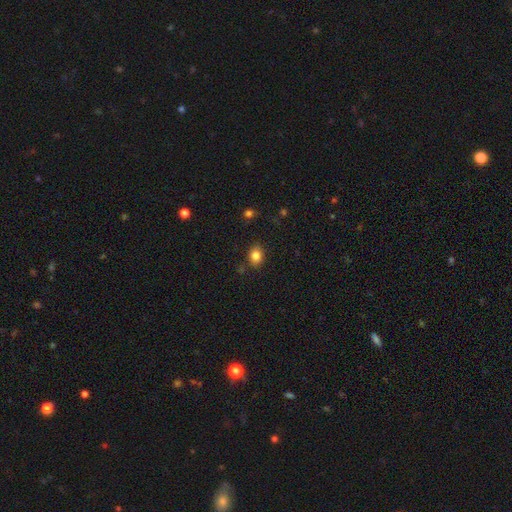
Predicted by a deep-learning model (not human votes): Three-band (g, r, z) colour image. It shows a smooth galaxy with no disk features (83%) that is in between round and cigar-shaped (53%). Merging: none (84%).